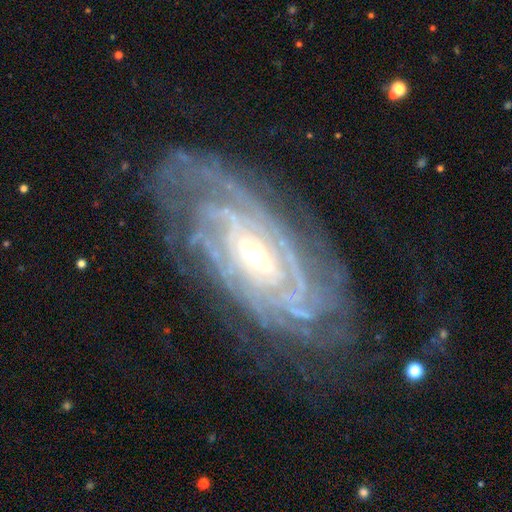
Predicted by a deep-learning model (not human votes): Morphology: type=featured or disk (91%); edge-on=no (94%); bar=no (40%); spiral arms=yes (98%); winding=tight (80%); arm count=can't tell (27%); bulge=small (62%); merging=none (77%).